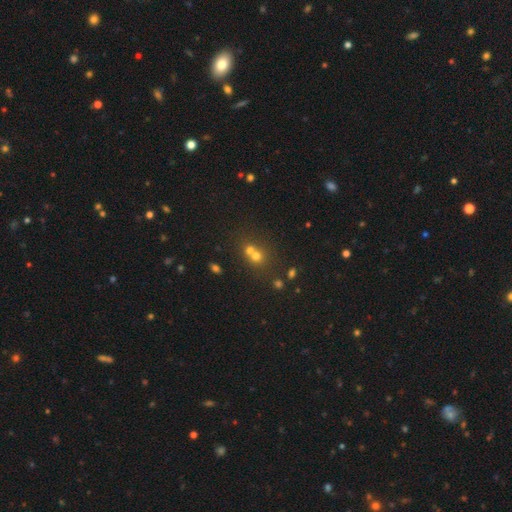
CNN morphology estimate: smooth 64%, star or artifact 20%, featured or disk 15%. Down the decision tree: how rounded — round (80%); merging — merger (53%).